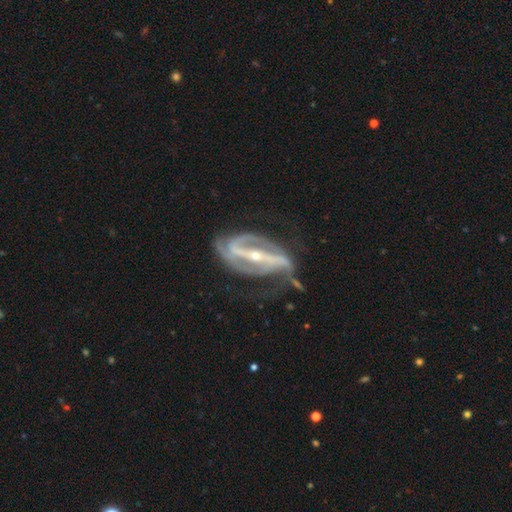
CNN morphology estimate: featured or disk 92%, star or artifact 5%, smooth 3%. Down the decision tree: edge-on disk — no (94%); bar — strong (82%); spiral arms — yes (96%); spiral arm count — 2 (76%); spiral winding — medium (47%); bulge size — small (71%); merging — none (49%).